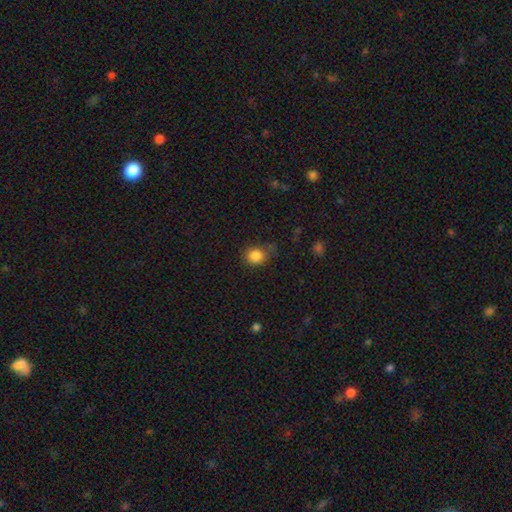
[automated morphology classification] smooth_or_featured: smooth (p=0.85) [alt: star or artifact p=0.10]
how_rounded: round (p=0.75) [alt: in between p=0.24]
merging: none (p=0.59) [alt: minor disturbance p=0.27]